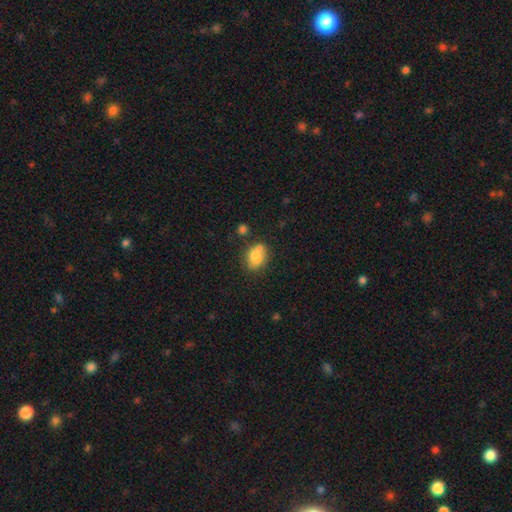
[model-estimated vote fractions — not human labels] A smooth galaxy with no disk features (76%) that is in between round and cigar-shaped (70%).

Vote fractions:
- Smooth or featured? smooth: 76% / featured or disk: 15% / star or artifact: 9%
- How rounded? in between: 70% / round: 28% / cigar-shaped: 2%
- Merging? none: 52% / merger: 22% / minor disturbance: 20% / major disturbance: 6%